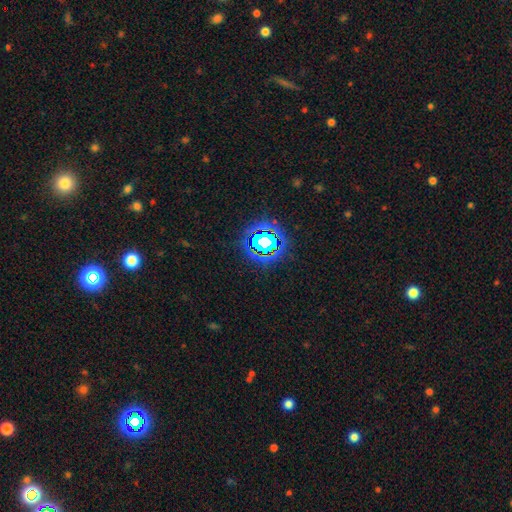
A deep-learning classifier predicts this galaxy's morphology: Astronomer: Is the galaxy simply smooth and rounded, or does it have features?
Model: star or artifact — 77%.